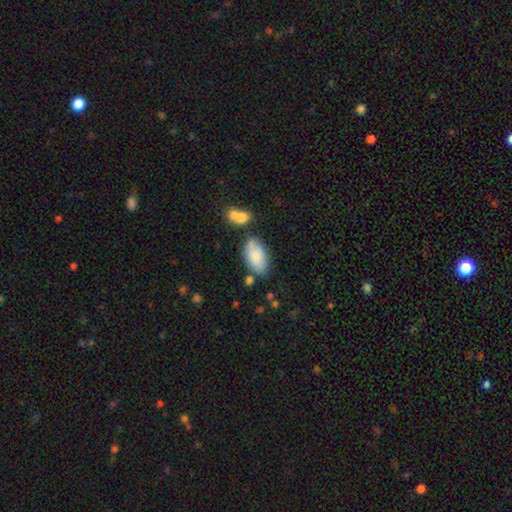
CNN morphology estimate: Smooth or featured?
  - smooth: 80% *
  - featured or disk: 13%
  - star or artifact: 7%
How rounded?
  - in between: 94% *
  - round: 4%
  - cigar-shaped: 2%
Merging?
  - none: 61% *
  - minor disturbance: 21%
  - merger: 11%
  - major disturbance: 6%